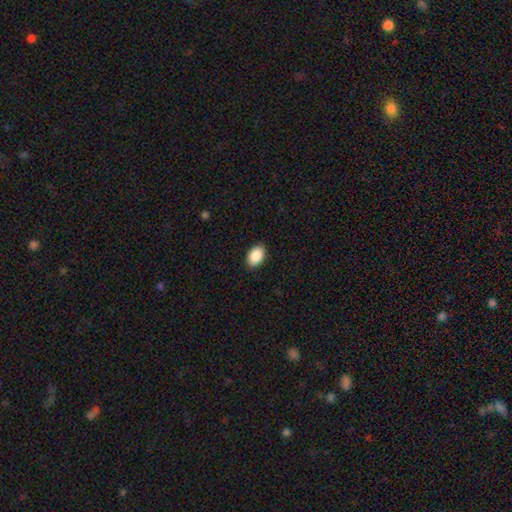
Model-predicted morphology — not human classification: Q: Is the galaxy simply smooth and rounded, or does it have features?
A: smooth — 90%.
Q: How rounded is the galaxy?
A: in between — 90%.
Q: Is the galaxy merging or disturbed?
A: none — 90%.